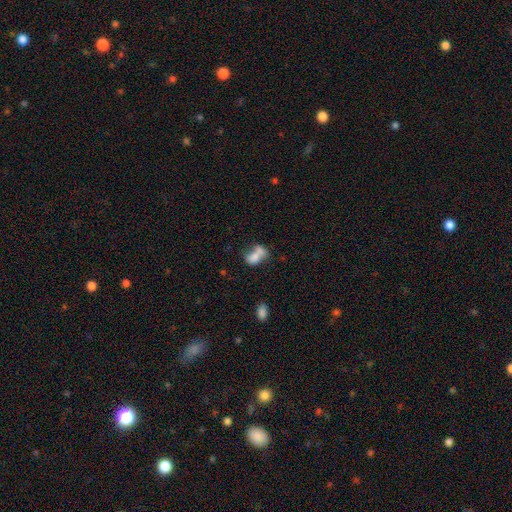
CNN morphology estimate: Smooth or featured: smooth — 71% (featured or disk — 20%)
How rounded: in between — 78% (round — 19%)
Merging: merger — 59% (none — 21%)